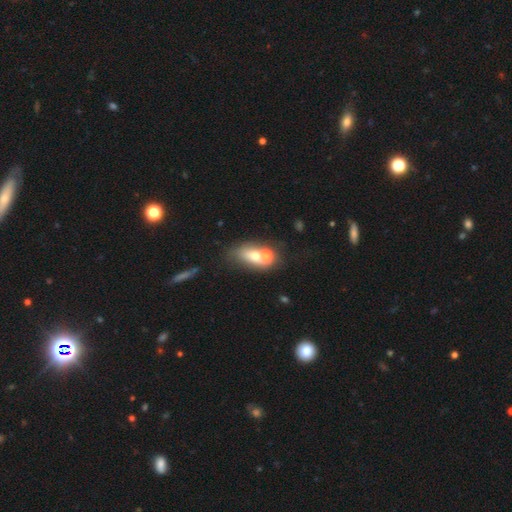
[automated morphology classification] Smooth or featured? Predicted: smooth (p=0.61). How rounded? Predicted: in between (p=0.69). Merging? Predicted: merger (p=0.53).